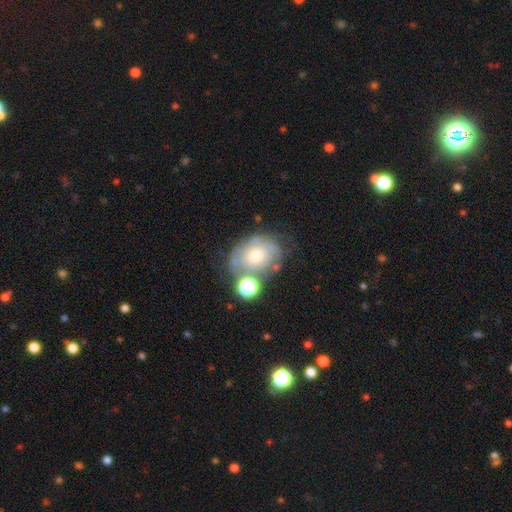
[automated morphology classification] Smooth or featured?
  - featured or disk: 55% *
  - smooth: 33%
  - star or artifact: 12%
Edge-on disk?
  - no: 96% *
  - yes: 4%
Bar?
  - no: 83% *
  - weak: 14%
  - strong: 3%
Spiral arms?
  - yes: 62% *
  - no: 38%
Bulge size?
  - moderate: 62% *
  - small: 21%
  - large: 12%
  - none: 3%
  - dominant: 2%
Merging?
  - none: 46% *
  - minor disturbance: 22%
  - merger: 18%
  - major disturbance: 13%